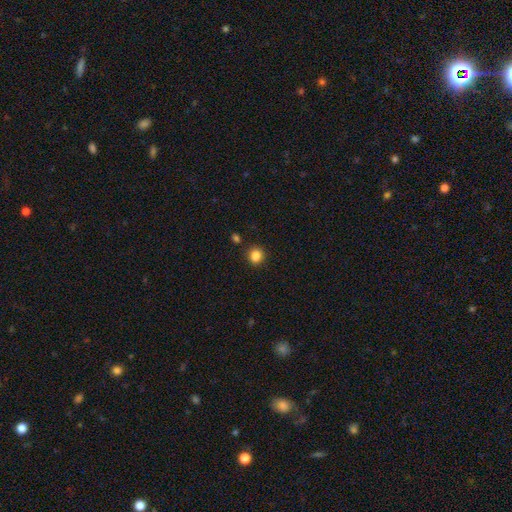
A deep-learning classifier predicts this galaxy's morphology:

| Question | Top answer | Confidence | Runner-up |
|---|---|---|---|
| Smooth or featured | smooth | 86% | star or artifact (11%) |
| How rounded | round | 85% | in between (14%) |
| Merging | none | 88% | minor disturbance (7%) |